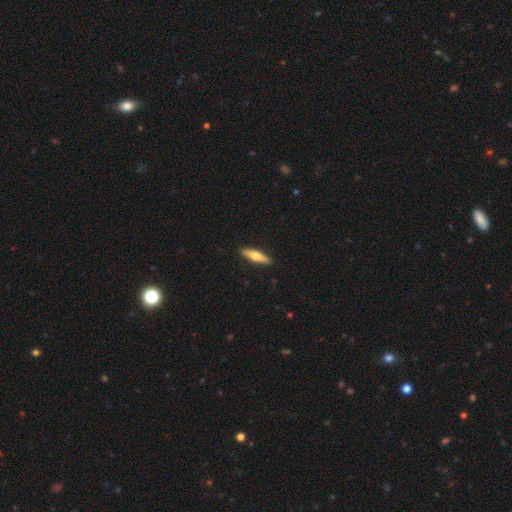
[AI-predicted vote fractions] smooth-or-featured: featured or disk: 51% | smooth: 44% | star or artifact: 5%
  disk-edge-on: yes: 95% | no: 5%
  merging: none: 91% | minor disturbance: 6% | major disturbance: 1% | merger: 1%